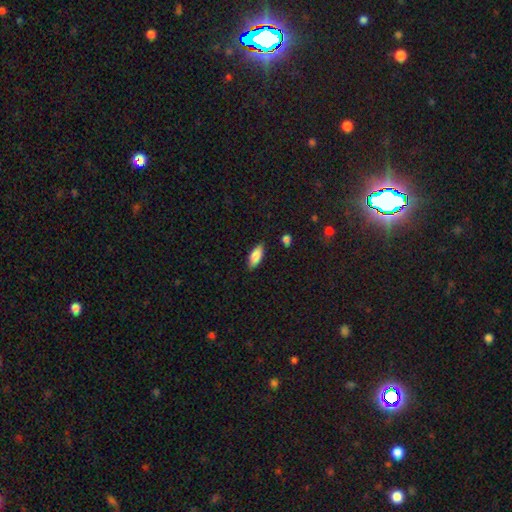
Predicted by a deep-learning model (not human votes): This appears to be a smooth galaxy with no disk features (85%) that is in between round and cigar-shaped (84%). Merging: none (82%).